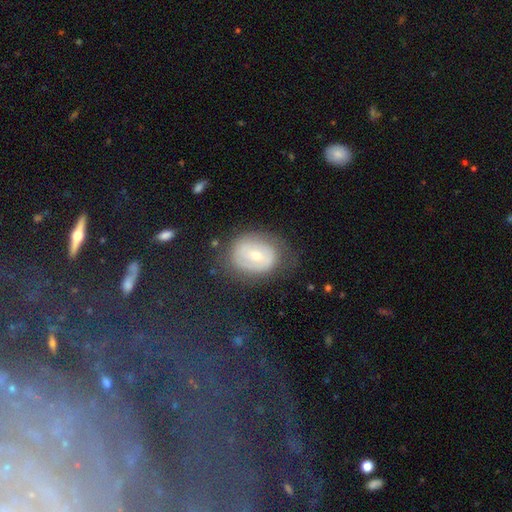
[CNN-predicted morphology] Smooth or featured? Predicted: featured or disk (p=0.56). Edge-on disk? Predicted: no (p=0.96). Bar? Predicted: no (p=0.47). Spiral arms? Predicted: yes (p=0.55). Bulge size? Predicted: moderate (p=0.51). Merging? Predicted: none (p=0.65).